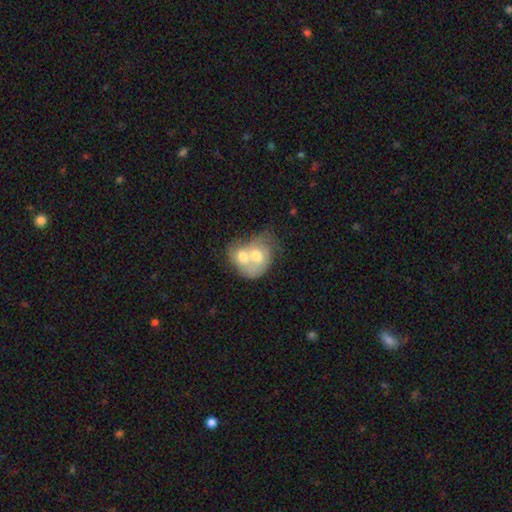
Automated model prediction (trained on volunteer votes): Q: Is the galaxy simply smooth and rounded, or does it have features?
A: smooth — 49%.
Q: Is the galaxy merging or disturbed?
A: merger — 80%.